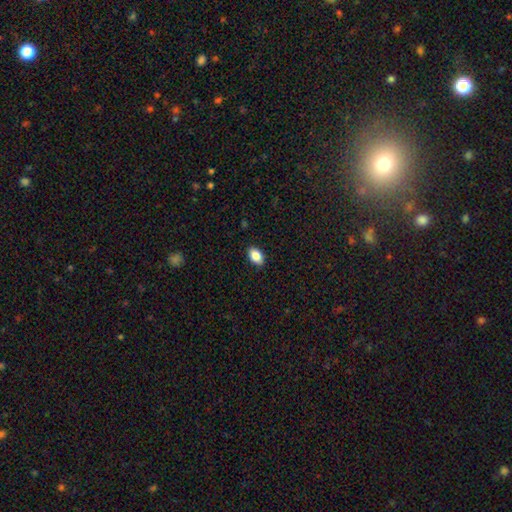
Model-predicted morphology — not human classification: This is clearly a smooth galaxy (86%). How rounded: clearly in between (89%). Merging: clearly none (89%).